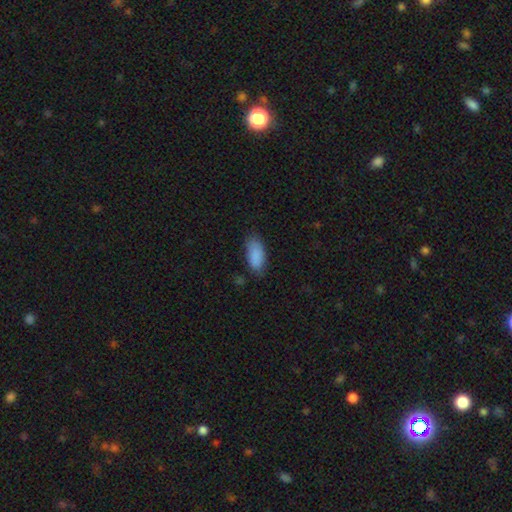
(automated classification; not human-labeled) smooth 89%, star or artifact 7%, featured or disk 5%. Down the decision tree: how rounded — in between (88%); merging — none (73%).